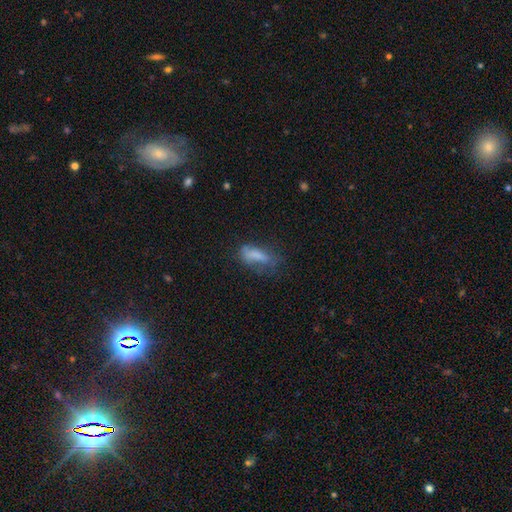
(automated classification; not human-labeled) Smooth or featured? Predicted: smooth (p=0.68). How rounded? Predicted: in between (p=0.66). Merging? Predicted: none (p=0.42).